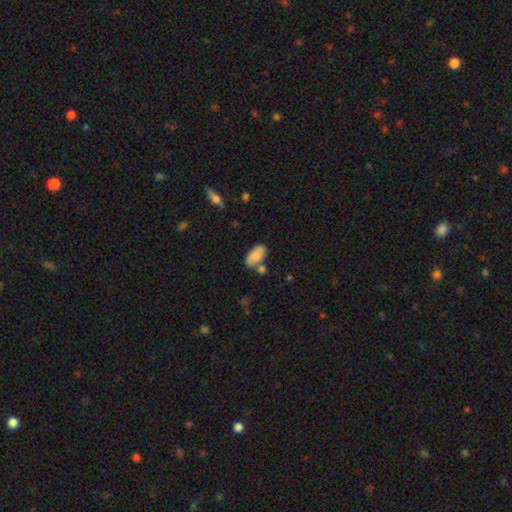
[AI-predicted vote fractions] smooth_or_featured: smooth (p=0.73) [alt: featured or disk p=0.20]
how_rounded: in between (p=0.94) [alt: round p=0.04]
merging: none (p=0.57) [alt: minor disturbance p=0.21]